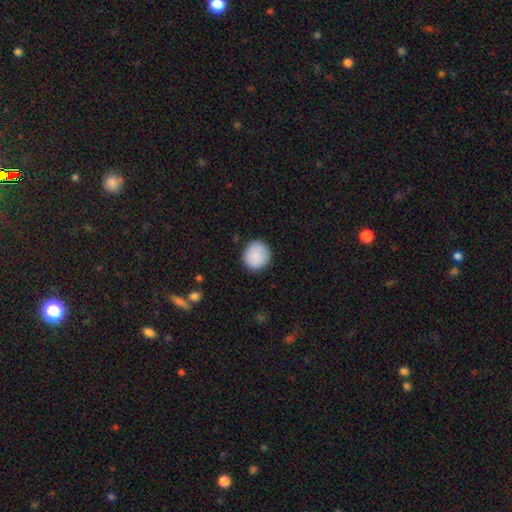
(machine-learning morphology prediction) smooth_or_featured: smooth (p=0.89) [alt: star or artifact p=0.07]
how_rounded: round (p=0.88) [alt: in between p=0.11]
merging: none (p=0.88) [alt: minor disturbance p=0.09]